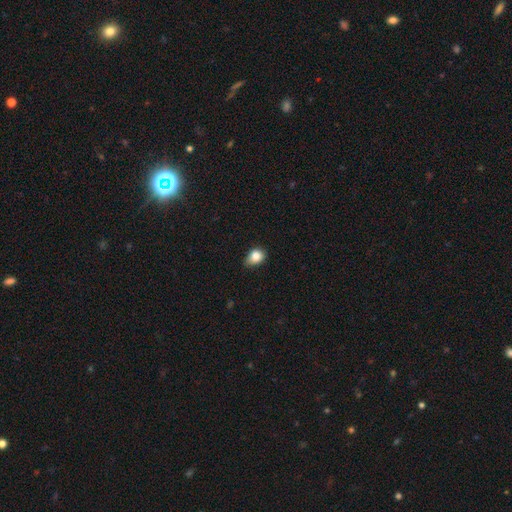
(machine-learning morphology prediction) type=smooth (83%); roundness=in between (61%); merging=none (60%).